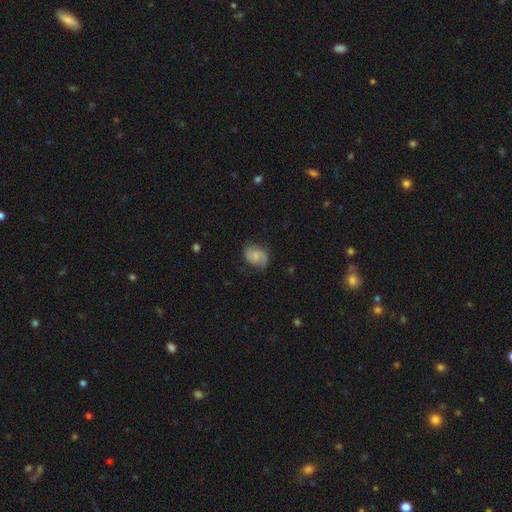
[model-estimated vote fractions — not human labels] Smooth or featured: featured or disk — 71% (smooth — 21%)
Edge-on disk: no — 98% (yes — 2%)
Bar: no — 56% (weak — 38%)
Spiral arms: yes — 95% (no — 5%)
Spiral winding: medium — 50% (tight — 27%)
Spiral arm count: 2 — 89% (can't tell — 5%)
Bulge size: small — 43% (moderate — 29%)
Merging: none — 76% (minor disturbance — 17%)